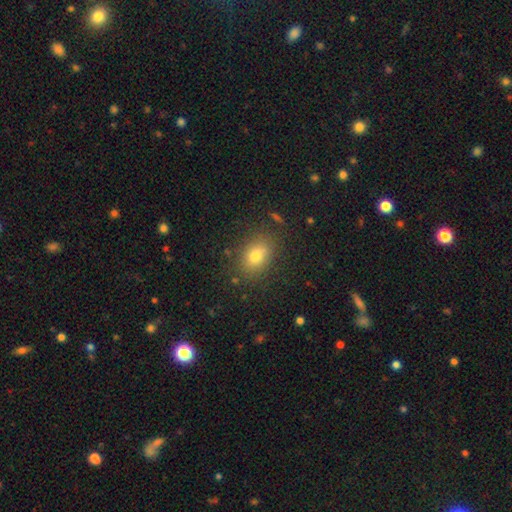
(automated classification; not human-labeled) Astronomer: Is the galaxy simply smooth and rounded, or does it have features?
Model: smooth — 77%.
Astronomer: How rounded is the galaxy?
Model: in between — 70%.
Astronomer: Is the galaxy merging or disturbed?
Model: none — 82%.